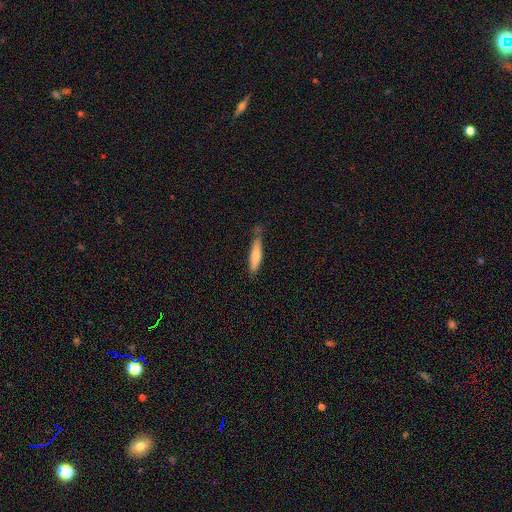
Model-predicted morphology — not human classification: Smooth or featured: smooth — 71% (featured or disk — 24%)
How rounded: cigar-shaped — 81% (in between — 18%)
Merging: none — 67% (minor disturbance — 25%)